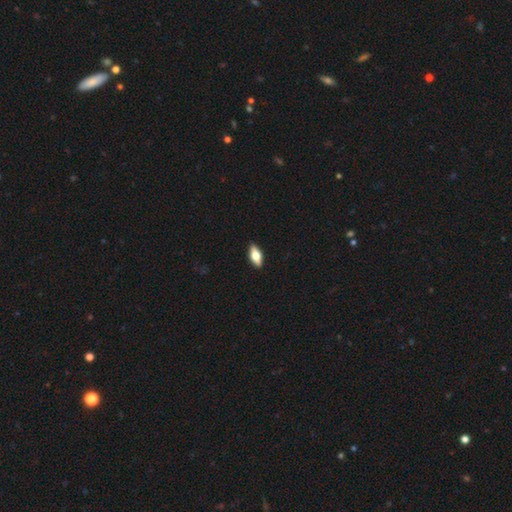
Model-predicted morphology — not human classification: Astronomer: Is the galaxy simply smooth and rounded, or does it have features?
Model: smooth — 60%.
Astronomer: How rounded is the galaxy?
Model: in between — 80%.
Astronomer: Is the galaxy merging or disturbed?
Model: none — 90%.